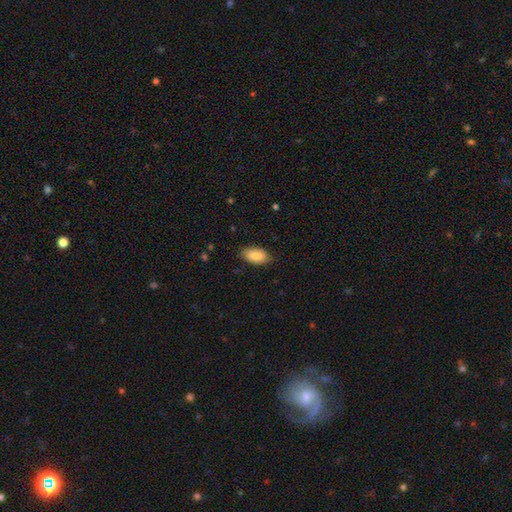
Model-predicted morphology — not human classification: Smooth or featured? smooth (85%)
How rounded? in between (94%)
Merging? none (82%)